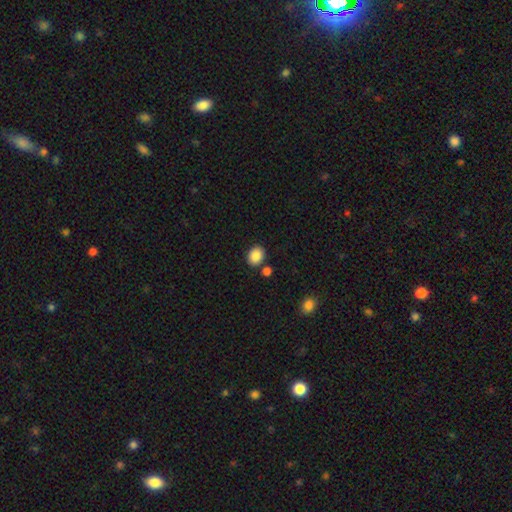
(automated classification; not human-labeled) Q: Smooth or featured?
A: smooth (88%); runner-up: star or artifact (9%)
Q: How rounded?
A: round (50%); runner-up: in between (49%)
Q: Merging?
A: none (79%); runner-up: minor disturbance (10%)